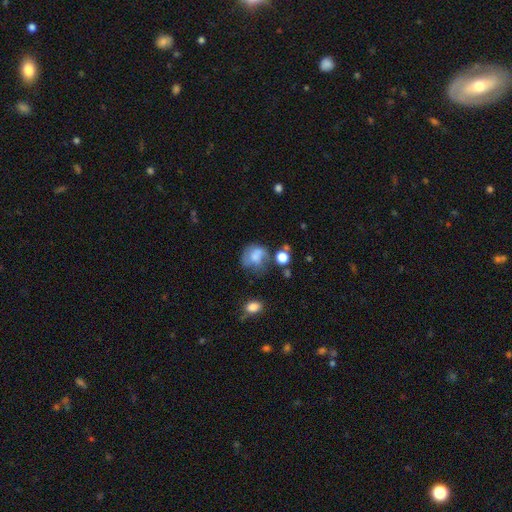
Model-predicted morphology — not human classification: Smooth or featured: smooth — 64% (featured or disk — 25%)
How rounded: round — 61% (in between — 38%)
Merging: none — 36% (minor disturbance — 27%)